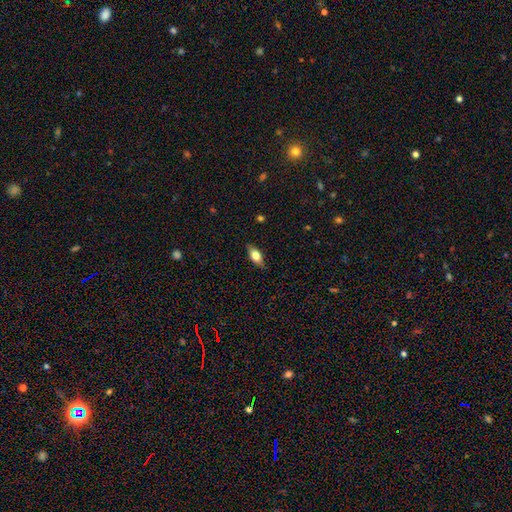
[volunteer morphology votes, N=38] smooth-or-featured: smooth: 63% | featured or disk: 34% | star or artifact: 3%
  how-rounded: in between: 75% | cigar-shaped: 21% | round: 4%
  merging: none: 81% | minor disturbance: 16% | merger: 3% | major disturbance: 0%